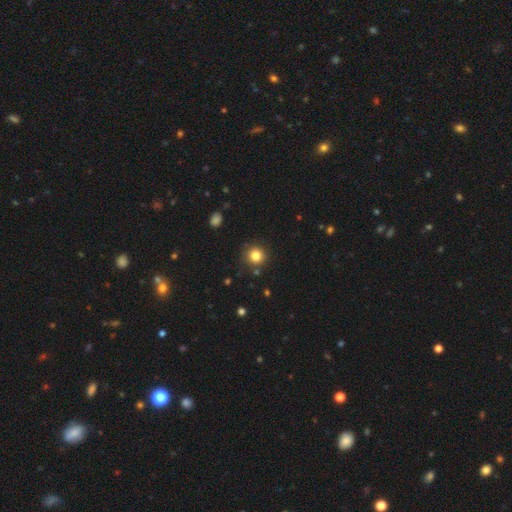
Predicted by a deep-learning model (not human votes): Q: Smooth or featured?
A: smooth (82%); runner-up: star or artifact (13%)
Q: How rounded?
A: round (93%); runner-up: in between (6%)
Q: Merging?
A: none (87%); runner-up: minor disturbance (8%)